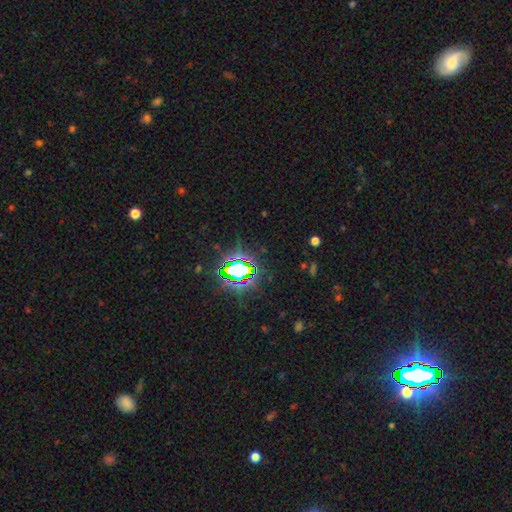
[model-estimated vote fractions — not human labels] smooth-or-featured: star or artifact: 81% | smooth: 12% | featured or disk: 8%